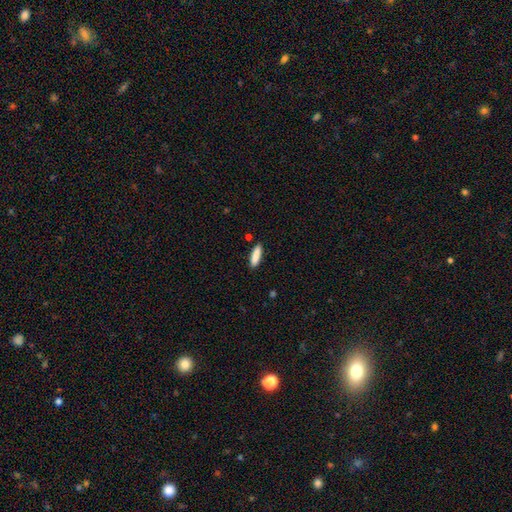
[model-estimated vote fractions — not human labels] Overall: smooth (88%). How rounded: cigar-shaped (67%; in between 31%). Merging: none (87%).